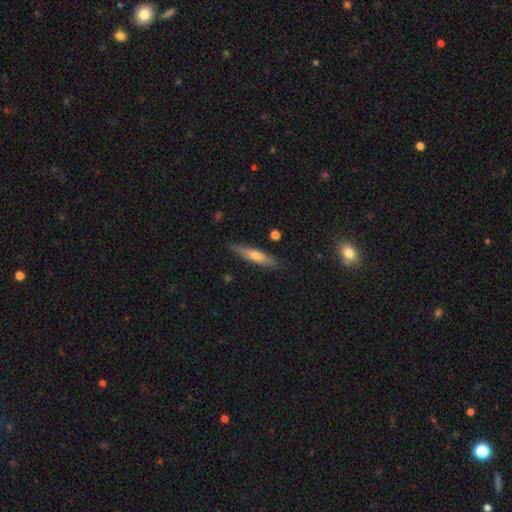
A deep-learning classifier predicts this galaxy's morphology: type=smooth (52%); roundness=cigar-shaped (86%); merging=none (85%).